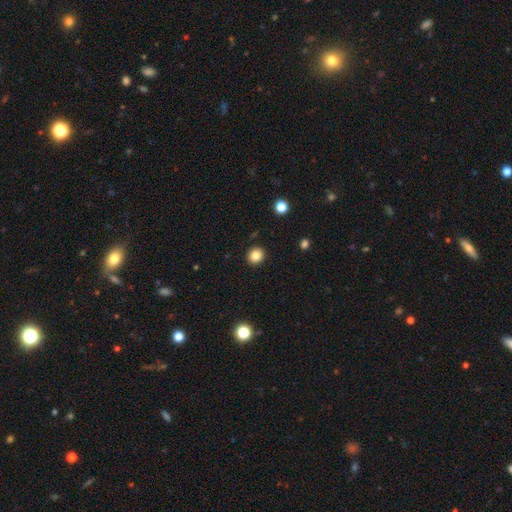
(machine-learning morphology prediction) This is clearly a smooth galaxy (84%). How rounded: clearly round (85%). Merging: clearly none (92%).